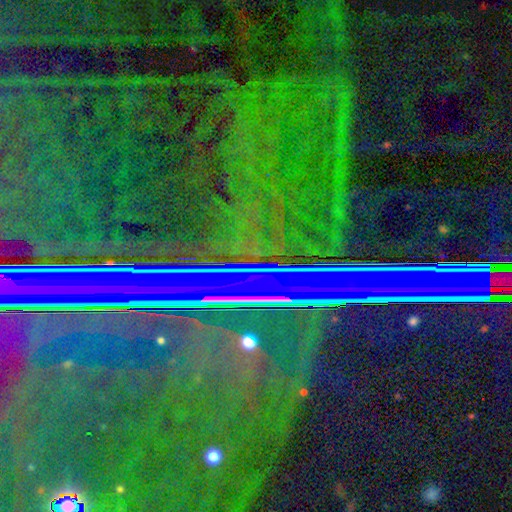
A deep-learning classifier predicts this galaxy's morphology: type=star or artifact (86%).